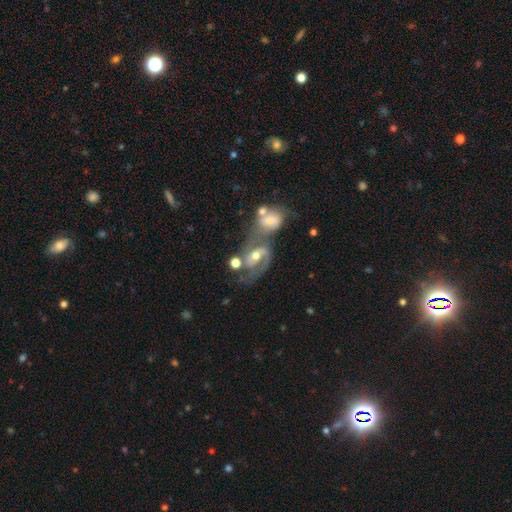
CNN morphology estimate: A featured or disk galaxy (78%) with no bar (48%), 2 (72%) medium (51%) spiral arms (90%) and a moderate central bulge (65%). Merging: merger (53%).